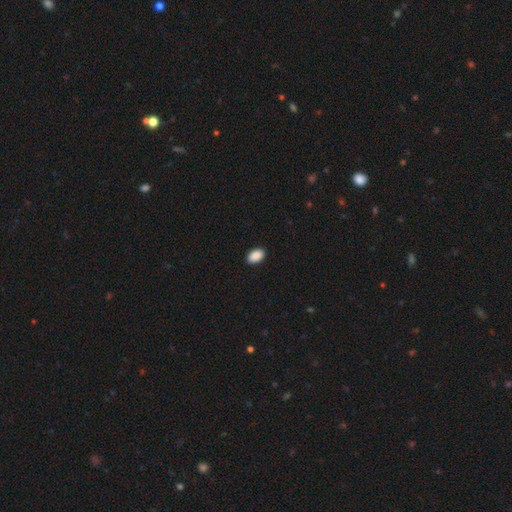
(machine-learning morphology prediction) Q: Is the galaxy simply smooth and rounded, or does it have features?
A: smooth — 90%.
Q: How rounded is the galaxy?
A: in between — 91%.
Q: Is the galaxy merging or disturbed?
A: none — 91%.